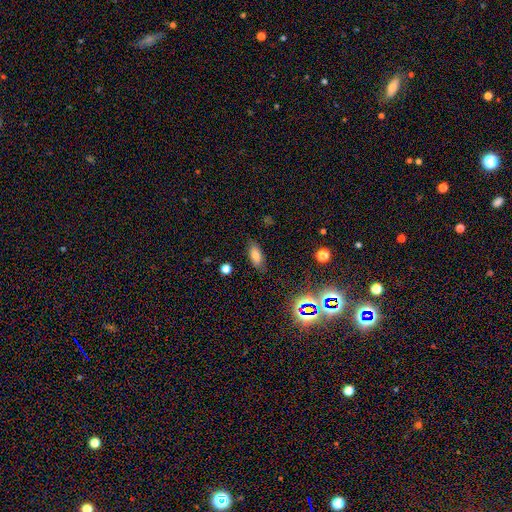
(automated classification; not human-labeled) A smooth galaxy with no disk features (76%) that is in between round and cigar-shaped (84%).

Vote fractions:
- Smooth or featured? smooth: 76% / star or artifact: 14% / featured or disk: 10%
- How rounded? in between: 84% / cigar-shaped: 12% / round: 4%
- Merging? none: 82% / minor disturbance: 13% / major disturbance: 3% / merger: 1%